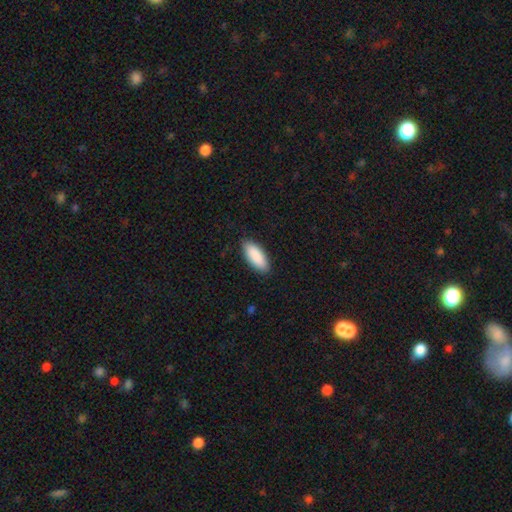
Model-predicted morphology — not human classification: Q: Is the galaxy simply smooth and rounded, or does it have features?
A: smooth — 91%.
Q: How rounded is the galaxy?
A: in between — 83%.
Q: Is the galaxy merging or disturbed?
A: none — 88%.